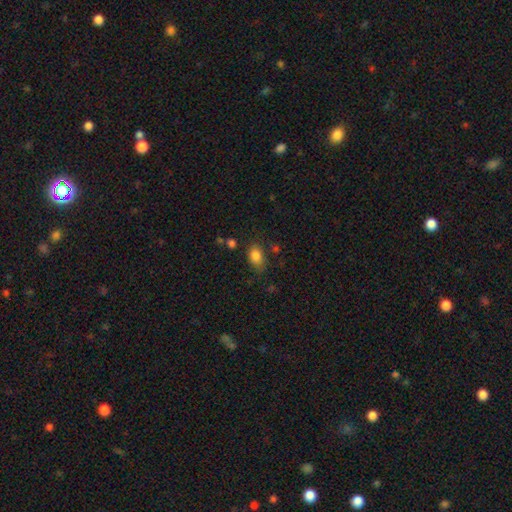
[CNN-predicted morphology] The model was most divided on "merging": none: 68%, minor disturbance: 22%, major disturbance: 6%, merger: 4%. More confident: smooth or featured — smooth (84%); how rounded — in between (82%).